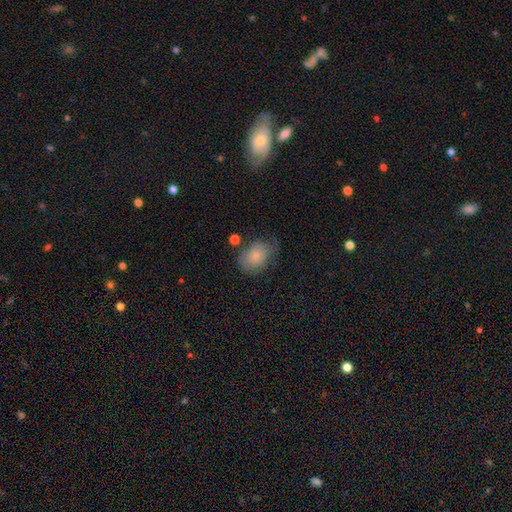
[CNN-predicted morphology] smooth-or-featured: smooth: 79% | featured or disk: 13% | star or artifact: 8%
  how-rounded: in between: 69% | round: 30% | cigar-shaped: 1%
  merging: none: 55% | minor disturbance: 30% | major disturbance: 11% | merger: 4%